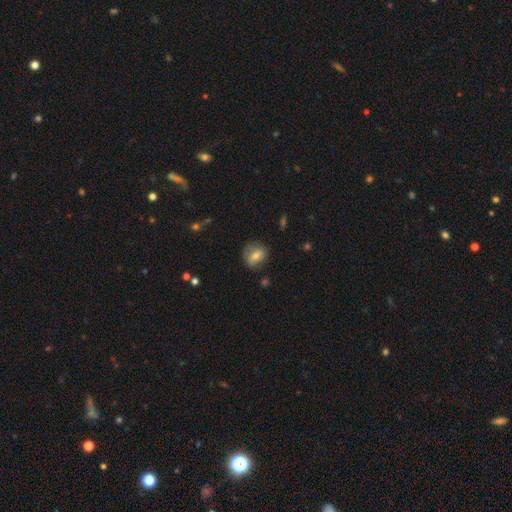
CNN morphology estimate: type=smooth (63%); roundness=round (63%); merging=none (67%).